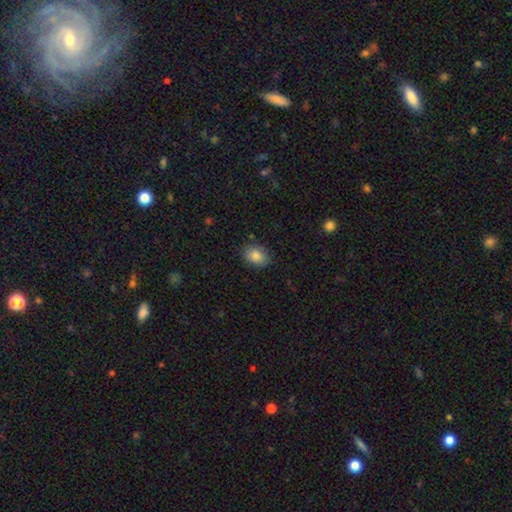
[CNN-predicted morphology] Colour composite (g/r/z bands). It shows a smooth galaxy with no disk features (85%) that is in between round and cigar-shaped (75%). Merging: none (86%).